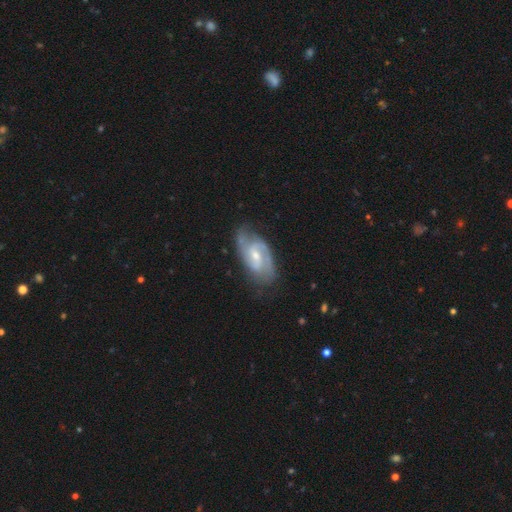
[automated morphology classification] Smooth or featured: featured or disk — 86% (smooth — 9%)
Edge-on disk: no — 96% (yes — 4%)
Bar: weak — 57% (no — 27%)
Spiral arms: yes — 96% (no — 4%)
Spiral winding: medium — 52% (tight — 33%)
Spiral arm count: 2 — 82% (can't tell — 8%)
Bulge size: small — 49% (moderate — 45%)
Merging: none — 72% (minor disturbance — 20%)